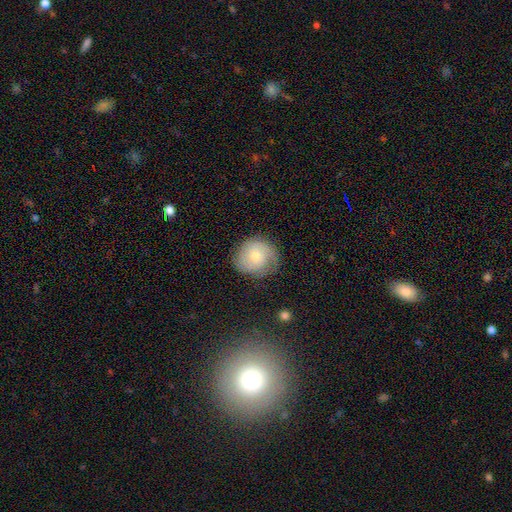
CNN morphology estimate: Smooth or featured? smooth (57%)
How rounded? round (84%)
Merging? none (68%)